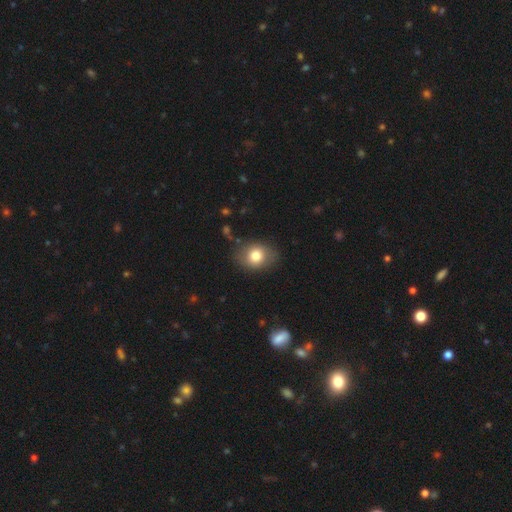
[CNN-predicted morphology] Overall: smooth (79%). How rounded: in between (53%; round 46%). Merging: none (80%).